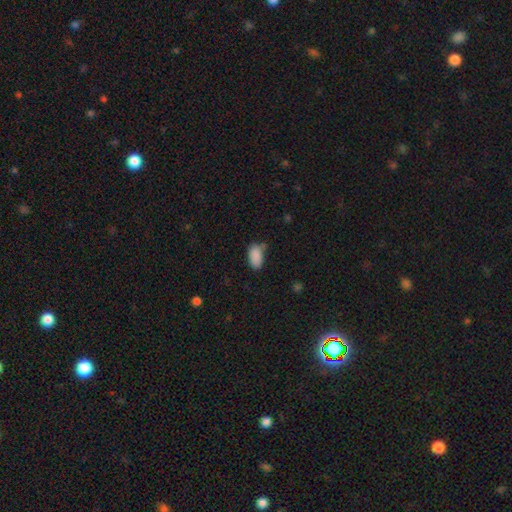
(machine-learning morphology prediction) smooth-or-featured: smooth: 88% | star or artifact: 8% | featured or disk: 4%
  how-rounded: in between: 94% | round: 3% | cigar-shaped: 3%
  merging: none: 66% | minor disturbance: 24% | major disturbance: 5% | merger: 5%